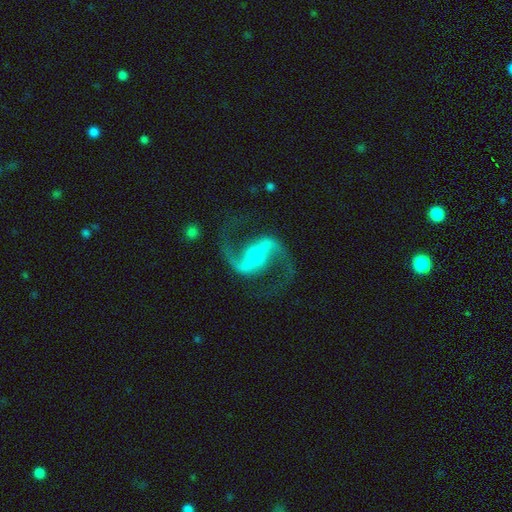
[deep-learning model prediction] This is clearly a featured or disk galaxy (93%). It is clearly not viewed edge-on (98%). Bar: possibly strong (52%). Spiral arm pattern: clearly yes (98%). Spiral arm count: clearly 2 (95%). Spiral winding: possibly loose (57%). Central bulge: marginally small (42%). Merging: clearly none (80%).